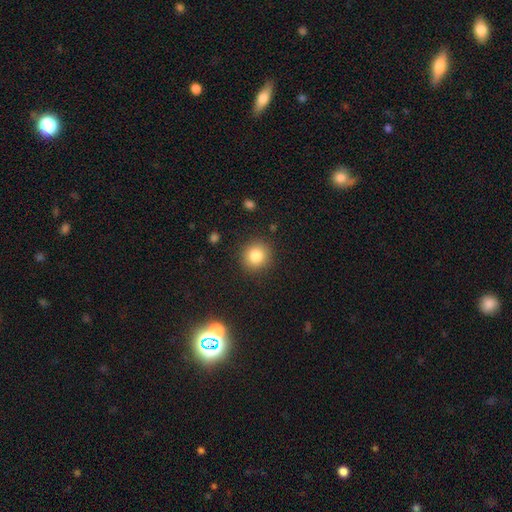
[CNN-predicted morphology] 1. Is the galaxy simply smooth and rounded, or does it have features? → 83% smooth, 10% star or artifact, 7% featured or disk.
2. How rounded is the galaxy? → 90% round, 9% in between, 1% cigar-shaped.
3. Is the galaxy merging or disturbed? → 90% none, 7% minor disturbance, 3% major disturbance, 1% merger.